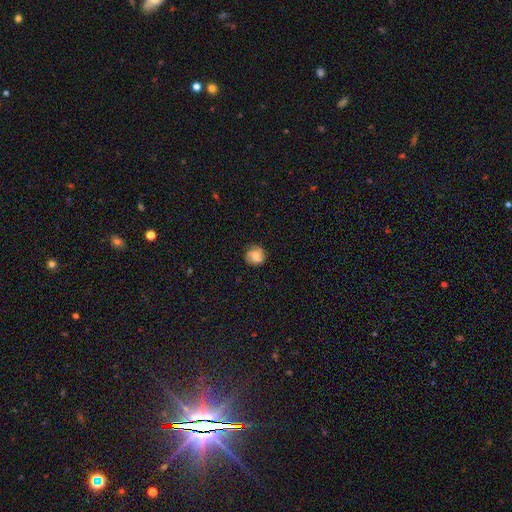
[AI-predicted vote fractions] Smooth or featured: smooth — 51% (featured or disk — 40%)
How rounded: round — 83% (in between — 16%)
Merging: none — 78% (minor disturbance — 16%)